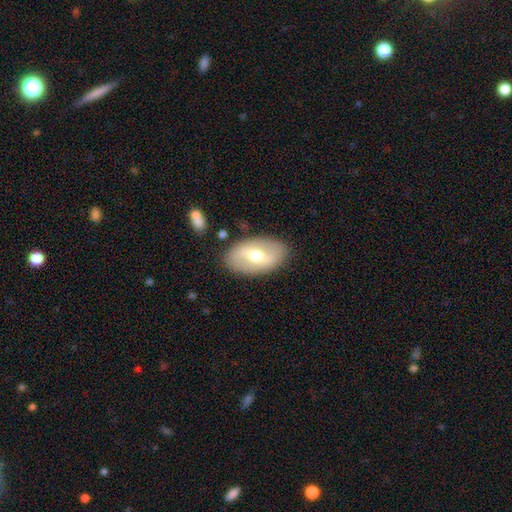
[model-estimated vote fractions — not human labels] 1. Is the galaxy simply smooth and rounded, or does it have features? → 54% featured or disk, 40% smooth, 6% star or artifact.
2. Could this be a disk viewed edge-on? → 89% no, 11% yes.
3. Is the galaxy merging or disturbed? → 84% none, 11% minor disturbance, 3% major disturbance, 2% merger.